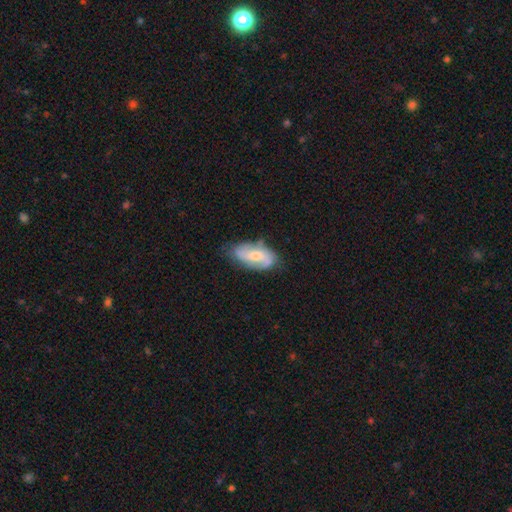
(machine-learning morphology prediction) This appears to be a featured or disk galaxy (65%) with no bar (43%), 2 (80%) loose (44%) spiral arms (88%) and a moderate central bulge (52%). Merging: none (67%).